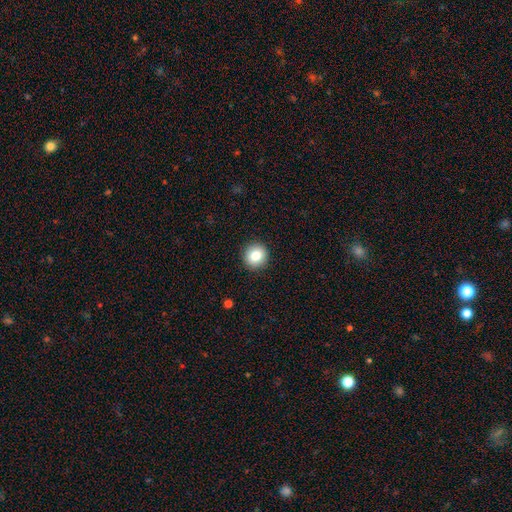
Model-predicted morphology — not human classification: The model was most divided on "smooth or featured": smooth: 82%, star or artifact: 9%, featured or disk: 9%. More confident: how rounded — round (93%); merging — none (92%).